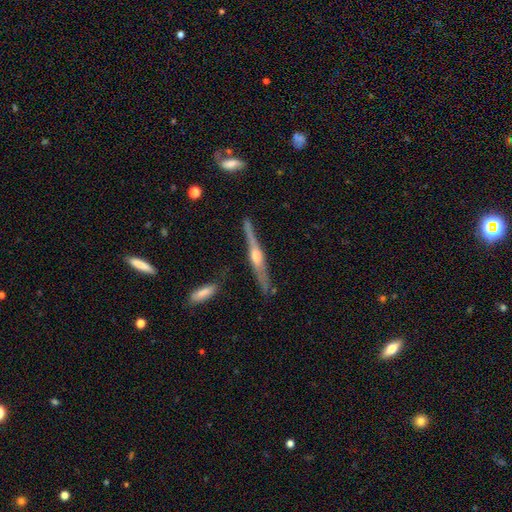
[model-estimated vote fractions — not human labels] Q: Smooth or featured?
A: featured or disk (79%); runner-up: smooth (16%)
Q: Edge-on disk?
A: yes (97%); runner-up: no (3%)
Q: Edge-on bulge?
A: rounded (78%); runner-up: boxy (16%)
Q: Merging?
A: none (82%); runner-up: minor disturbance (12%)